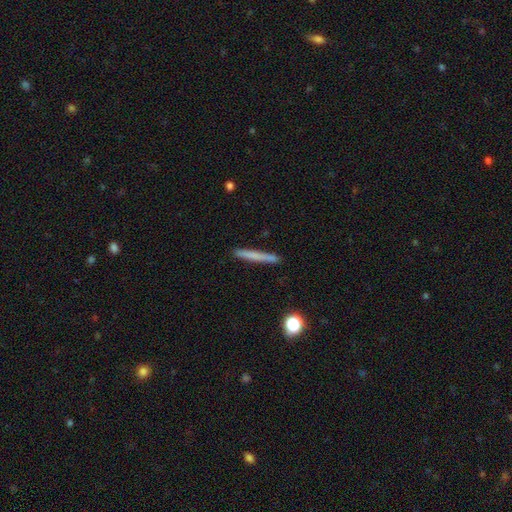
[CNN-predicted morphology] Smooth or featured: smooth — 65% (featured or disk — 28%)
How rounded: cigar-shaped — 96% (in between — 2%)
Merging: none — 90% (minor disturbance — 7%)